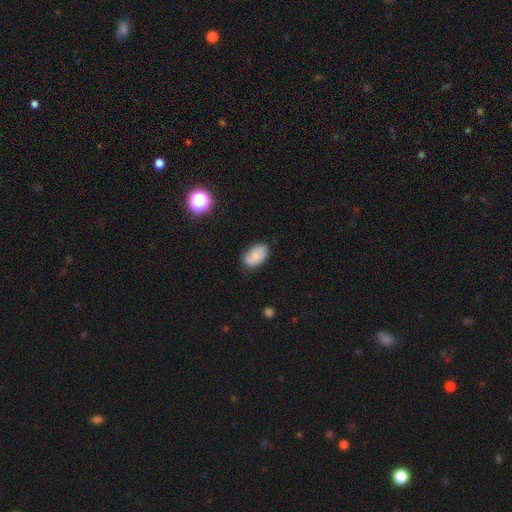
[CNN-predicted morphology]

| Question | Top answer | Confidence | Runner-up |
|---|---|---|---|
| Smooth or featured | smooth | 78% | featured or disk (14%) |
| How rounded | in between | 91% | round (7%) |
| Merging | none | 69% | minor disturbance (24%) |